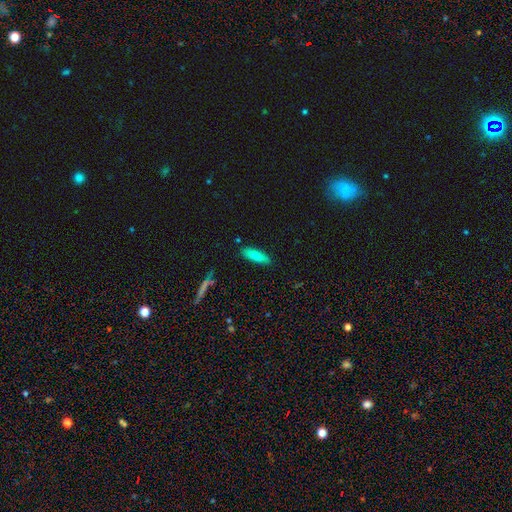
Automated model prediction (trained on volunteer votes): The model was most divided on "how rounded": cigar-shaped: 58%, in between: 40%, round: 2%. More confident: merging — none (85%); smooth or featured — smooth (83%).